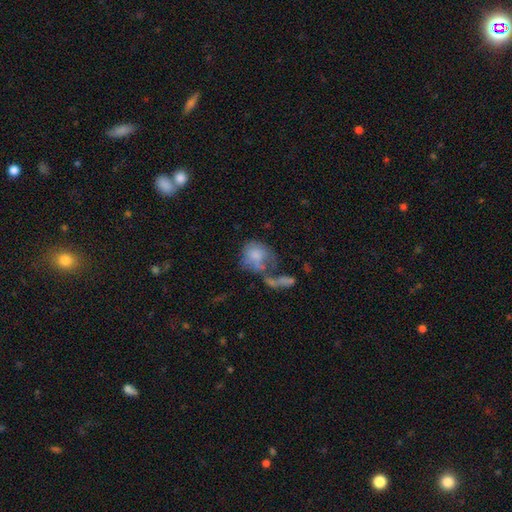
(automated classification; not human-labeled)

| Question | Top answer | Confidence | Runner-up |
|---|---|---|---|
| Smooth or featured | smooth | 63% | featured or disk (28%) |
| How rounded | round | 55% | in between (43%) |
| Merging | merger | 36% | major disturbance (32%) |